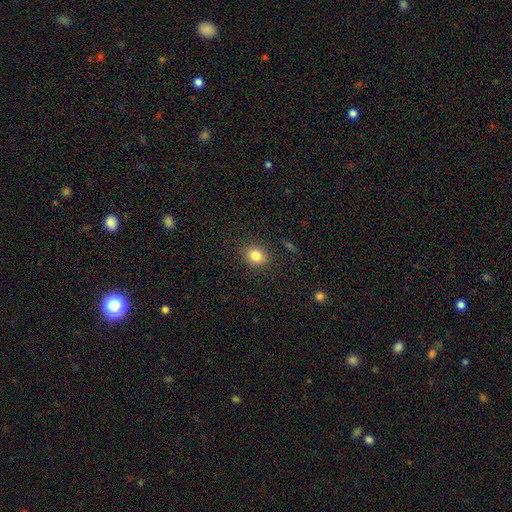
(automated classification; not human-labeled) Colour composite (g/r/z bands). It shows a smooth galaxy with no disk features (82%) that is round (64%). Merging: none (88%).